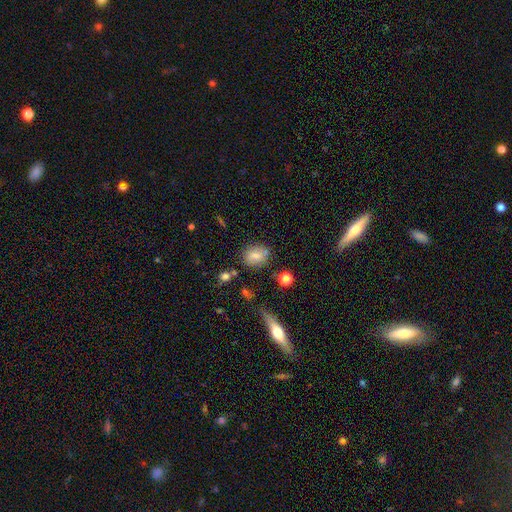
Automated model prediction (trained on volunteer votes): smooth_or_featured: smooth (p=0.76) [alt: featured or disk p=0.13]
how_rounded: round (p=0.54) [alt: in between p=0.44]
merging: none (p=0.76) [alt: minor disturbance p=0.13]